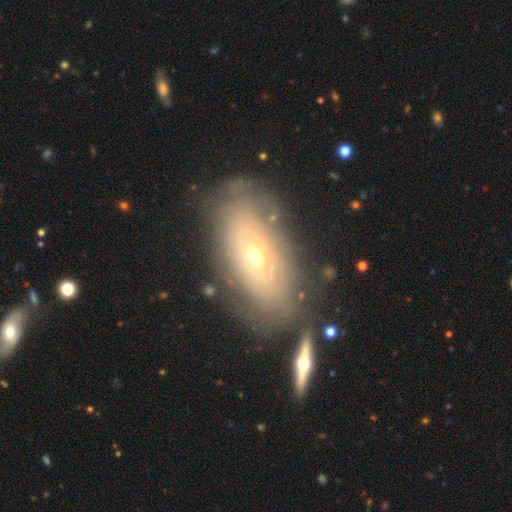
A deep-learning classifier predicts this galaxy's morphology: The model was most divided on "smooth or featured": featured or disk: 55%, smooth: 36%, star or artifact: 9%. More confident: edge-on disk — no (86%); merging — none (71%).